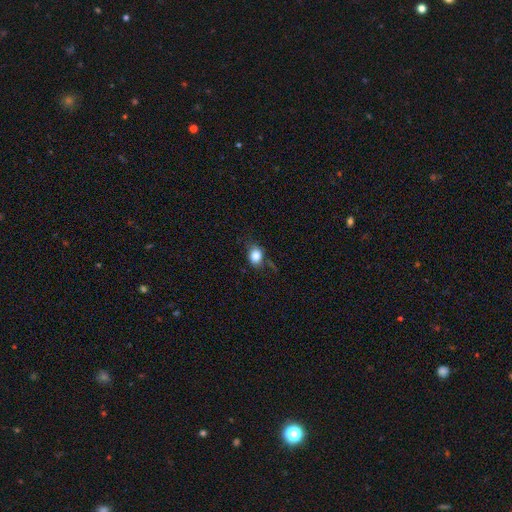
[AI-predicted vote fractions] Overall: smooth (83%). How rounded: in between (53%; round 45%). Merging: none (67%).